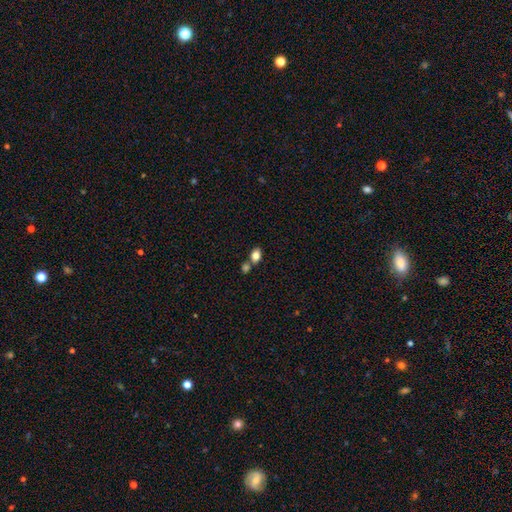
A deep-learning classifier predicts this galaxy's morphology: This appears to be a smooth galaxy with no disk features (82%) that is in between round and cigar-shaped (73%). Merging: none (54%).